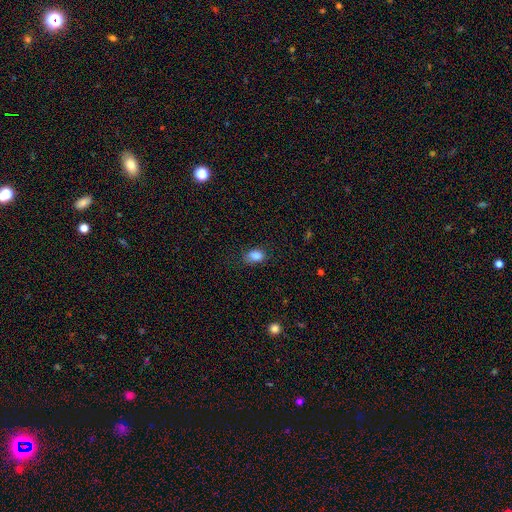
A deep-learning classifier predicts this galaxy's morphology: smooth_or_featured: smooth (p=0.86) [alt: star or artifact p=0.10]
how_rounded: in between (p=0.84) [alt: round p=0.15]
merging: none (p=0.73) [alt: minor disturbance p=0.21]